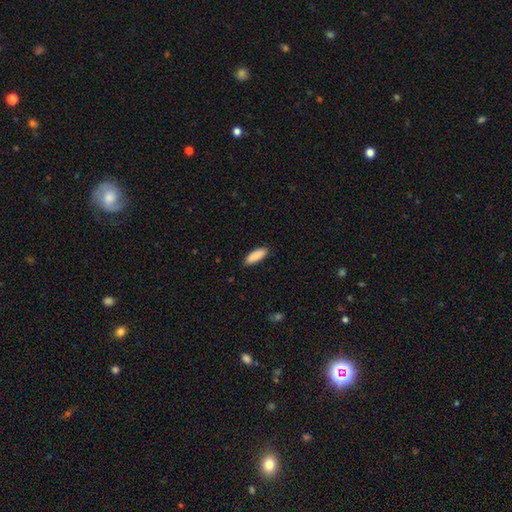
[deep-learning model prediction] smooth 90%, star or artifact 6%, featured or disk 4%. Down the decision tree: how rounded — in between (63%); merging — none (87%).